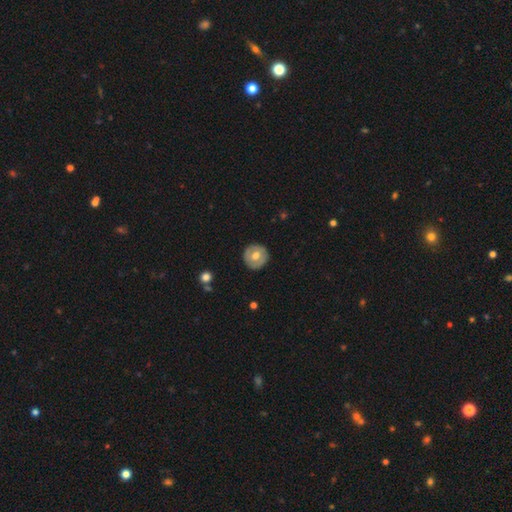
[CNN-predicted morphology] Smooth or featured: smooth — 57% (featured or disk — 36%)
How rounded: round — 94% (in between — 5%)
Merging: none — 88% (minor disturbance — 9%)